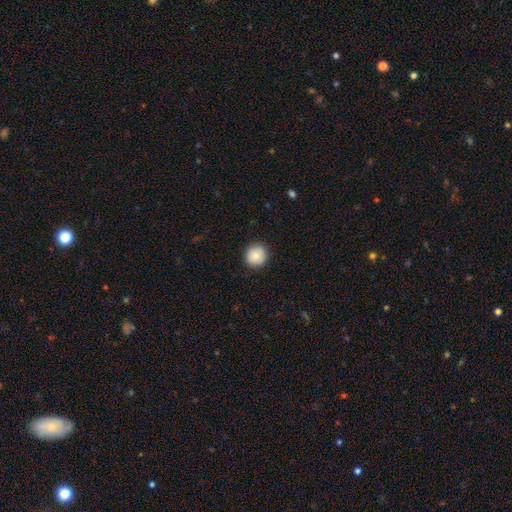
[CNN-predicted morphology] A smooth galaxy with no disk features (78%) that is round (93%). Merging: none (89%).